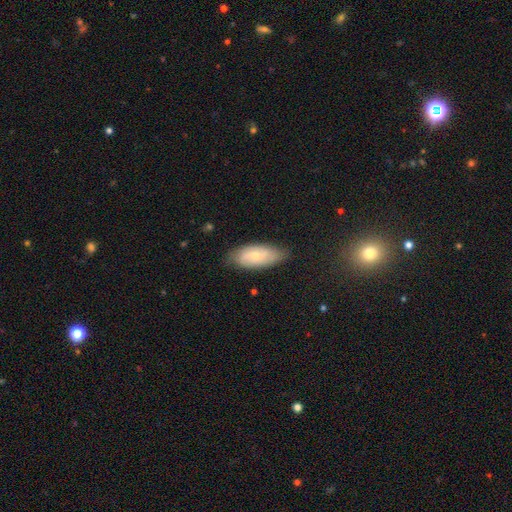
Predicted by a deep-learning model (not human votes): smooth-or-featured: smooth: 53% | featured or disk: 40% | star or artifact: 7%
  how-rounded: in between: 85% | cigar-shaped: 12% | round: 3%
  merging: none: 75% | minor disturbance: 20% | major disturbance: 4% | merger: 1%